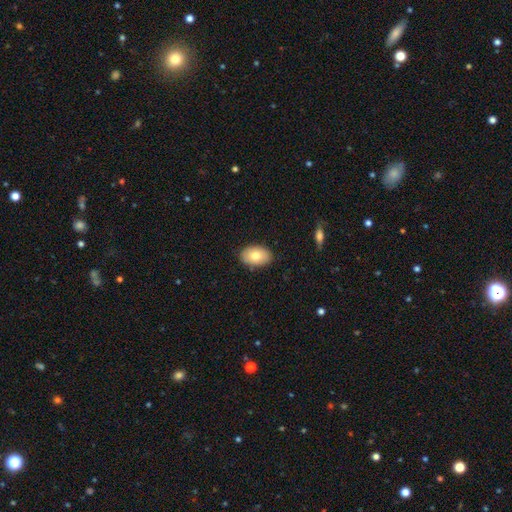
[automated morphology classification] Smooth or featured? Predicted: smooth (p=0.76). How rounded? Predicted: in between (p=0.90). Merging? Predicted: none (p=0.88).